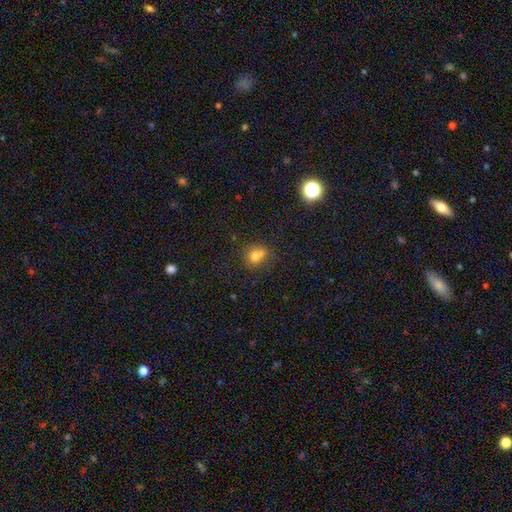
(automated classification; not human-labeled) Smooth or featured? smooth (73%)
How rounded? round (67%)
Merging? none (49%)